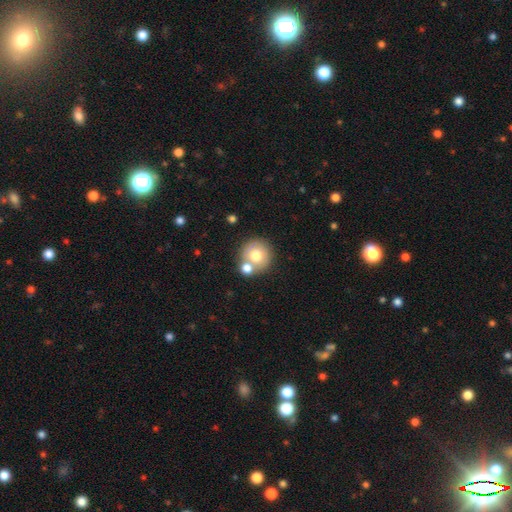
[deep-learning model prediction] This appears to be a smooth galaxy with no disk features (69%) that is round (89%). Merging: none (56%).